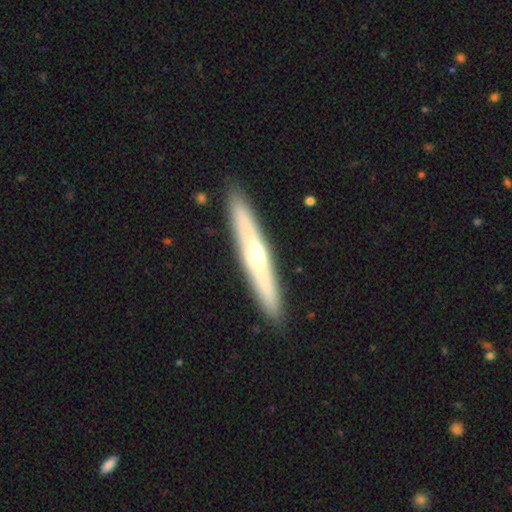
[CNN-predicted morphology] Overall: featured or disk (56%; smooth 38%). Edge-on disk: yes (91%). Edge-on bulge: rounded (83%). Merging: none (91%).